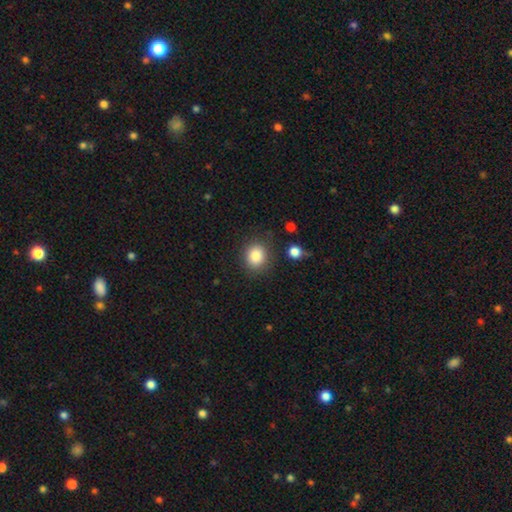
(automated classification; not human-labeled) Smooth or featured? Predicted: smooth (p=0.86). How rounded? Predicted: round (p=0.70). Merging? Predicted: none (p=0.83).